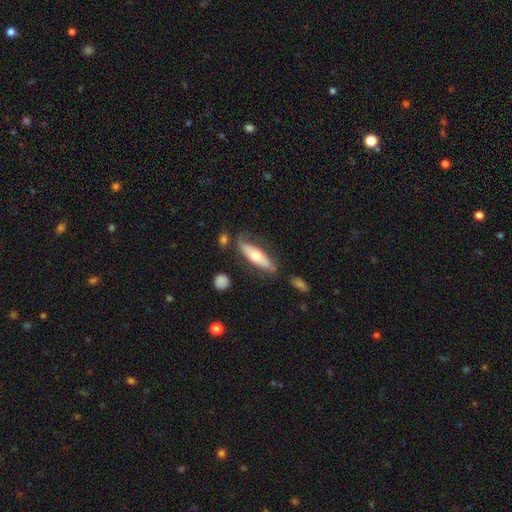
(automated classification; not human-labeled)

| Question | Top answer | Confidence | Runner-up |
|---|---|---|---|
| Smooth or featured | smooth | 53% | featured or disk (42%) |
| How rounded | cigar-shaped | 55% | in between (43%) |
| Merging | none | 63% | minor disturbance (23%) |